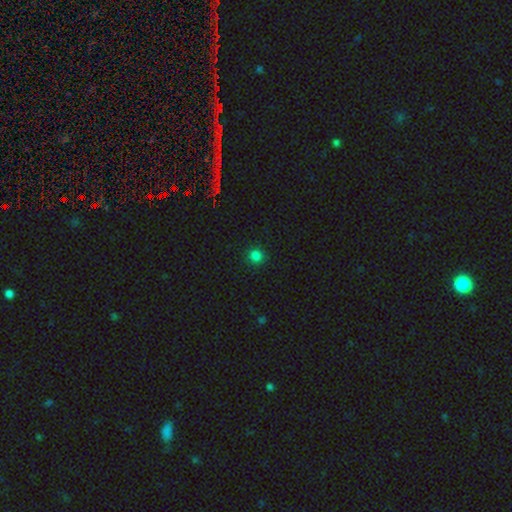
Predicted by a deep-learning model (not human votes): smooth_or_featured: smooth (p=0.82) [alt: star or artifact p=0.15]
how_rounded: round (p=0.92) [alt: in between p=0.07]
merging: none (p=0.91) [alt: minor disturbance p=0.06]